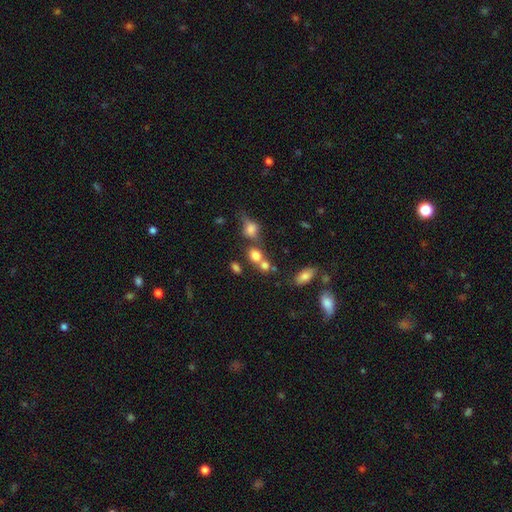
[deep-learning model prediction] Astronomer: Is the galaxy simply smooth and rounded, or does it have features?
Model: smooth — 74%.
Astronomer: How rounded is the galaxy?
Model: round — 54% (runner-up: in between, 44%).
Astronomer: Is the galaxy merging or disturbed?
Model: merger — 43% (runner-up: none, 40%).